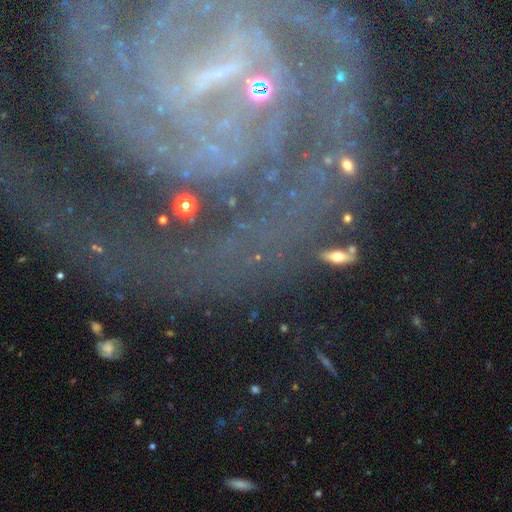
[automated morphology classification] Smooth or featured? Predicted: featured or disk (p=0.82). Edge-on disk? Predicted: no (p=0.97). Bar? Predicted: strong (p=0.39). Spiral arms? Predicted: yes (p=0.94). Spiral winding? Predicted: tight (p=0.55). Spiral arm count? Predicted: 2 (p=0.43). Bulge size? Predicted: small (p=0.56). Merging? Predicted: none (p=0.64).